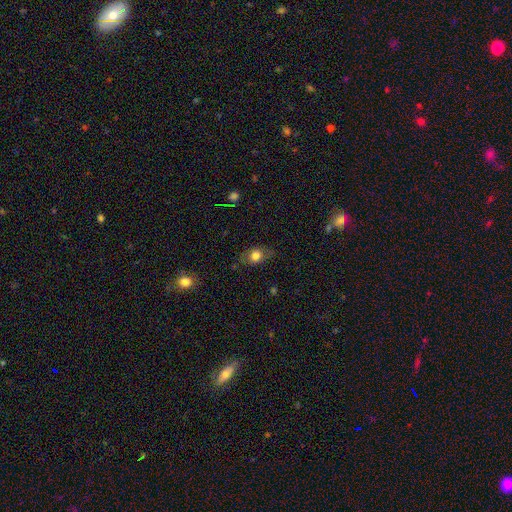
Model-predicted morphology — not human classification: smooth_or_featured: smooth (p=0.73) [alt: featured or disk p=0.17]
how_rounded: in between (p=0.71) [alt: round p=0.26]
merging: none (p=0.76) [alt: minor disturbance p=0.18]